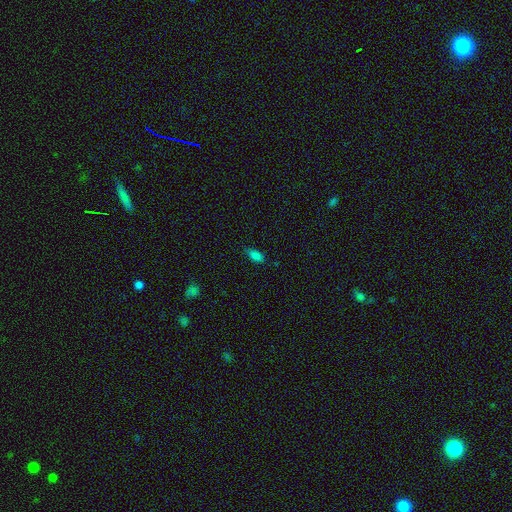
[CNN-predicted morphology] Smooth or featured? Predicted: smooth (p=0.80). How rounded? Predicted: in between (p=0.85). Merging? Predicted: none (p=0.77).